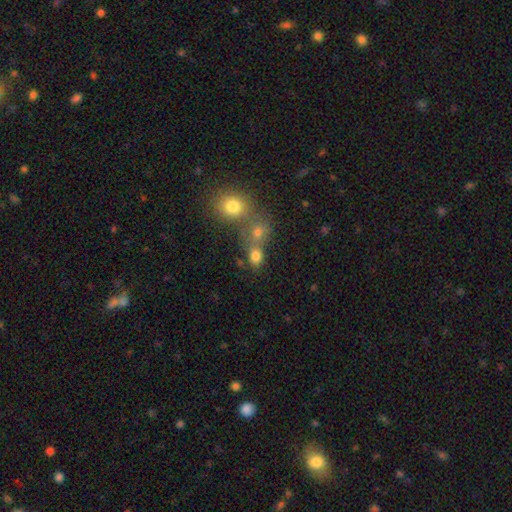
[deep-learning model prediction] Q: Smooth or featured?
A: smooth (75%); runner-up: star or artifact (15%)
Q: How rounded?
A: round (51%); runner-up: in between (47%)
Q: Merging?
A: none (47%); runner-up: merger (39%)